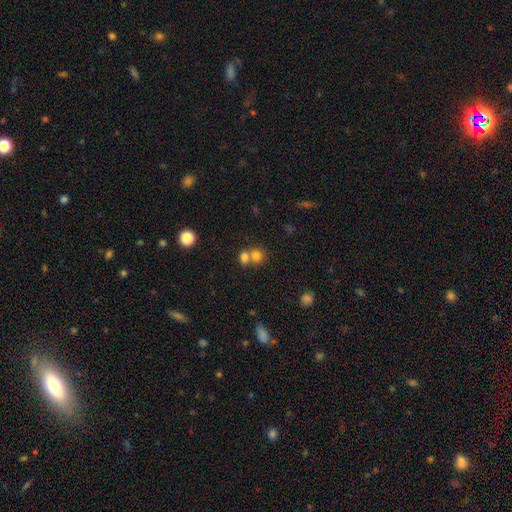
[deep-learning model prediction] Morphology: type=smooth (76%); roundness=round (76%); merging=merger (54%).